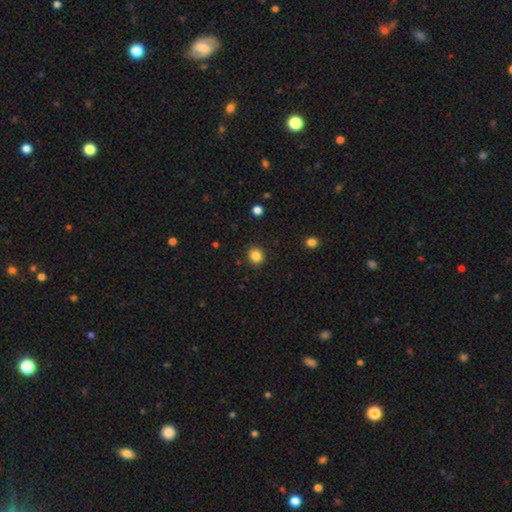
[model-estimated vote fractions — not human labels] A smooth galaxy with no disk features (84%) that is round (87%). Merging: none (91%).